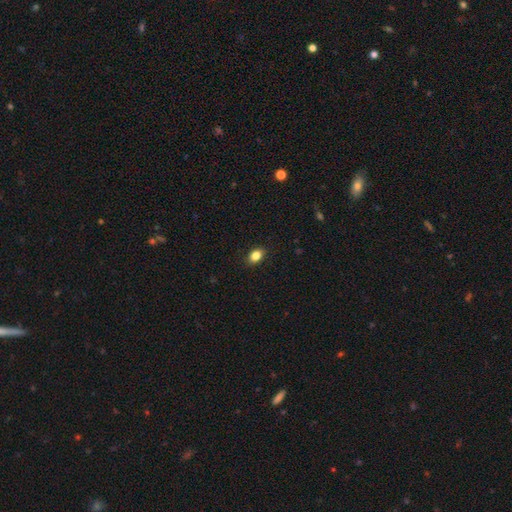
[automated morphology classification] Smooth or featured? Predicted: smooth (p=0.84). How rounded? Predicted: in between (p=0.77). Merging? Predicted: none (p=0.88).